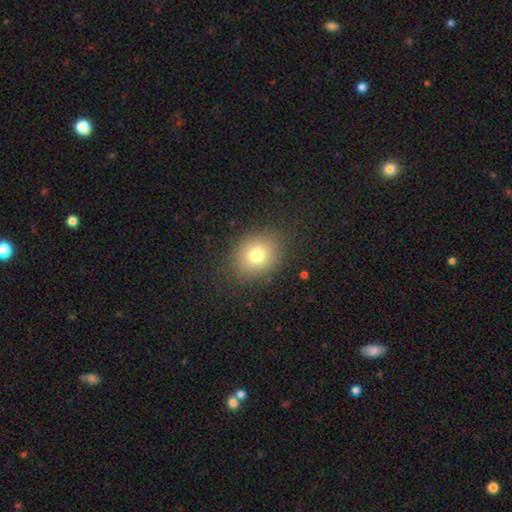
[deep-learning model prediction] smooth 76%, star or artifact 14%, featured or disk 10%. Down the decision tree: how rounded — round (64%); merging — none (88%).